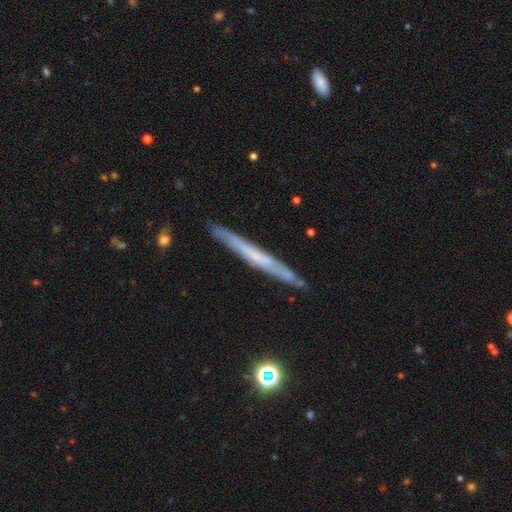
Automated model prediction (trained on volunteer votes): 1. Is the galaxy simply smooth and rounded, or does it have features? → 56% featured or disk, 37% smooth, 7% star or artifact.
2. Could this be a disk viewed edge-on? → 93% yes, 7% no.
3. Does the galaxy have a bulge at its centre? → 83% none, 11% rounded, 6% boxy.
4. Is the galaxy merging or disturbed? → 86% none, 10% minor disturbance, 2% major disturbance, 2% merger.